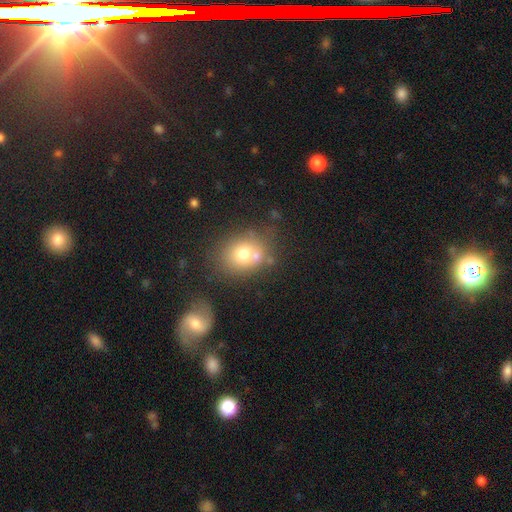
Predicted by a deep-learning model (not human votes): This appears to be a smooth galaxy with no disk features (71%) that is round (60%). Merging: none (55%).